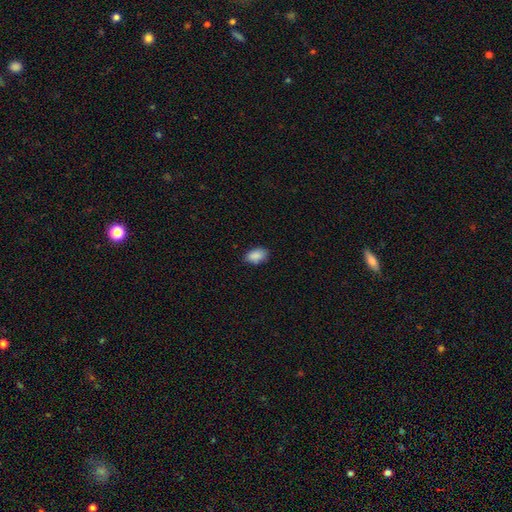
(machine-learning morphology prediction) Smooth or featured? Predicted: smooth (p=0.89). How rounded? Predicted: in between (p=0.90). Merging? Predicted: none (p=0.83).